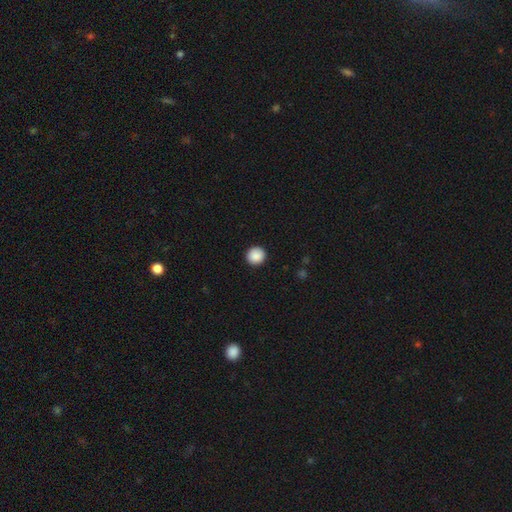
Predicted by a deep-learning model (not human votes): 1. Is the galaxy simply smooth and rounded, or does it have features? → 89% smooth, 8% star or artifact, 3% featured or disk.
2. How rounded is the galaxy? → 95% round, 4% in between, 1% cigar-shaped.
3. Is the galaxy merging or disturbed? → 93% none, 5% minor disturbance, 2% major disturbance, 1% merger.